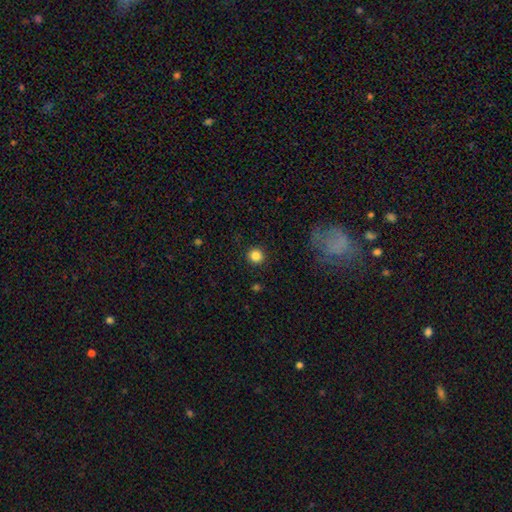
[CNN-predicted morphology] This is clearly a smooth galaxy (84%). How rounded: clearly round (94%). Merging: clearly none (92%).